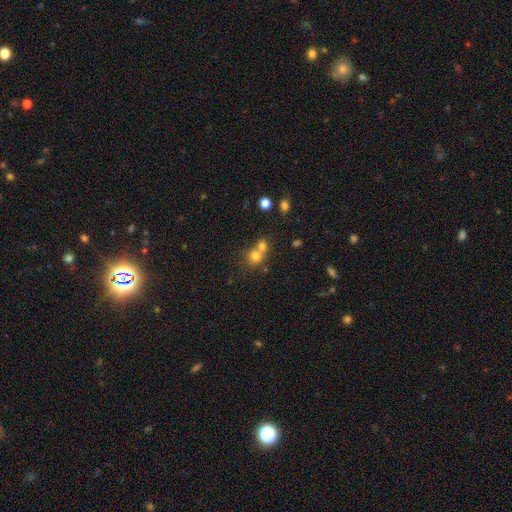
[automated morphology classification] The model was most divided on "merging": merger: 52%, none: 39%, minor disturbance: 6%, major disturbance: 3%. More confident: how rounded — round (84%); smooth or featured — smooth (74%).